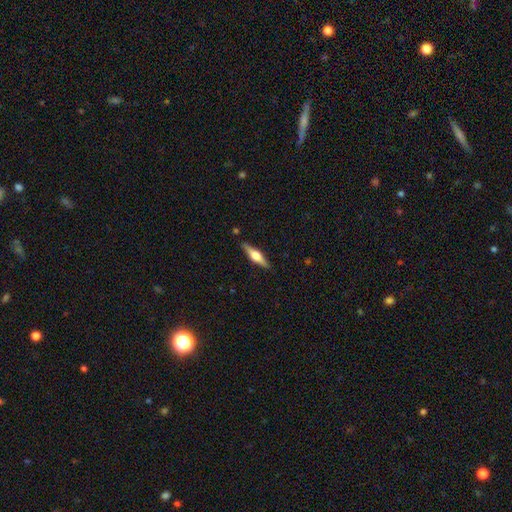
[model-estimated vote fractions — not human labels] A featured or disk galaxy (62%) viewed edge-on (96%) with a rounded central bulge (92%). Merging: none (88%).